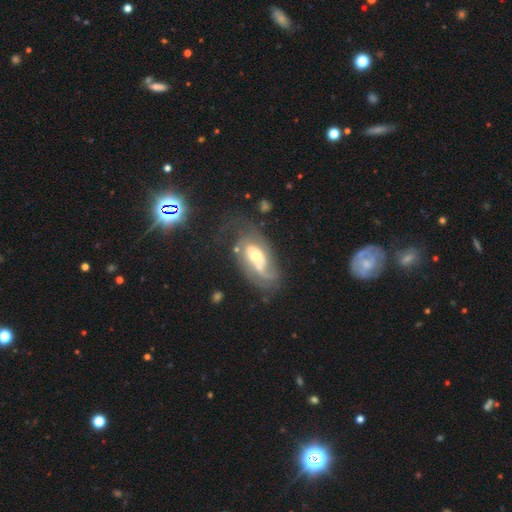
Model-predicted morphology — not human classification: Overall: featured or disk (76%). Edge-on disk: no (93%). Bar: no (53%; weak 34%). Spiral arms: yes (86%). Spiral arm count: 2 (36%; can't tell 29%). Spiral winding: tight (44%; medium 37%). Bulge size: moderate (62%; small 24%). Merging: none (46%; major disturbance 25%).